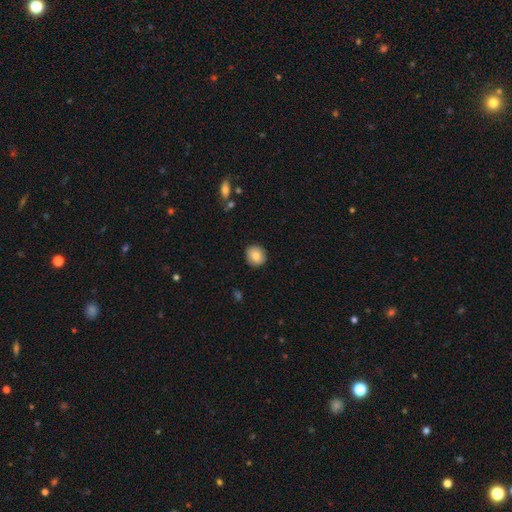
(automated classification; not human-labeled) Smooth or featured: smooth — 82% (featured or disk — 10%)
How rounded: round — 80% (in between — 19%)
Merging: none — 87% (minor disturbance — 10%)